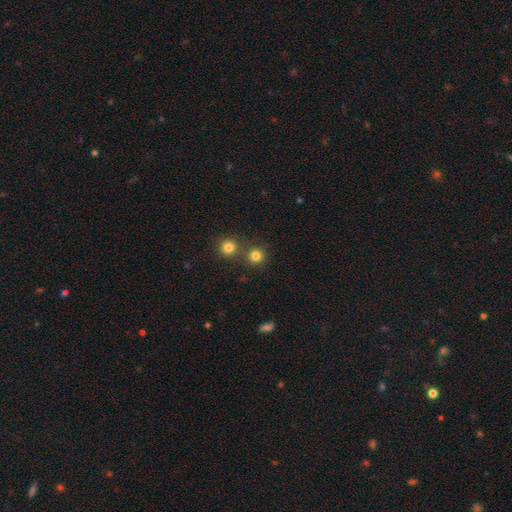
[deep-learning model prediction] Overall: smooth (81%). How rounded: round (92%). Merging: none (73%).